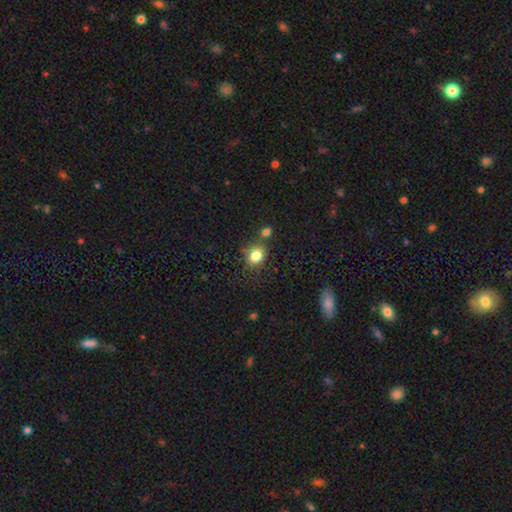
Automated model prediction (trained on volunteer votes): Smooth or featured?
  - smooth: 82% *
  - star or artifact: 11%
  - featured or disk: 7%
How rounded?
  - round: 50% *
  - in between: 48%
  - cigar-shaped: 1%
Merging?
  - none: 67% *
  - merger: 16%
  - minor disturbance: 13%
  - major disturbance: 4%